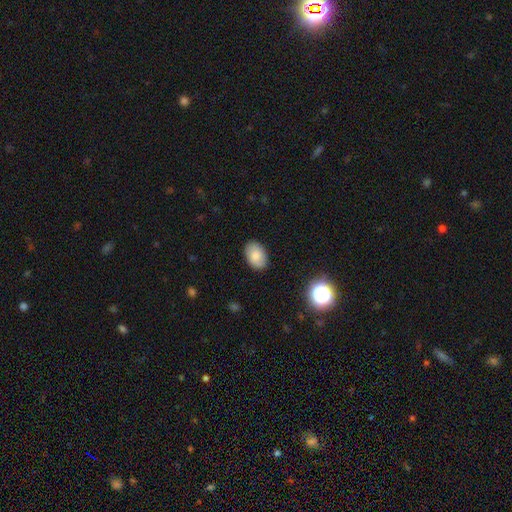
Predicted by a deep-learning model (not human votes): Morphology: type=smooth (83%); roundness=in between (86%); merging=none (87%).